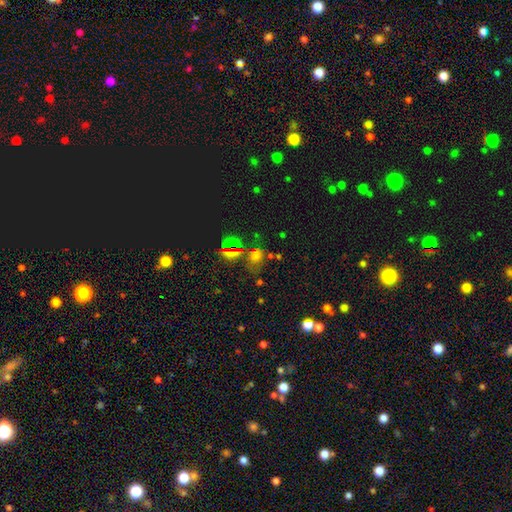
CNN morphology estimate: This appears to be a smooth galaxy with no disk features (52%) that is in between round and cigar-shaped (49%). Merging: none (56%).